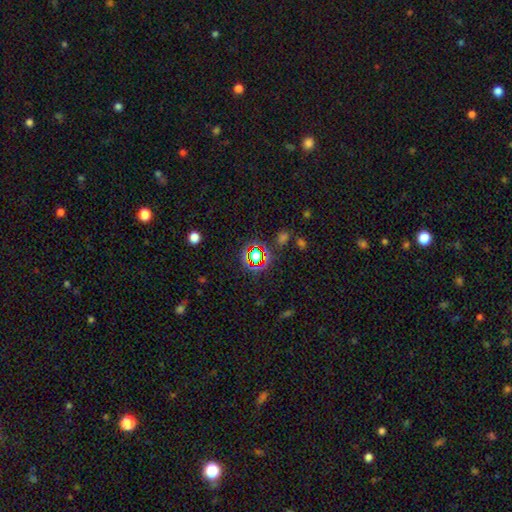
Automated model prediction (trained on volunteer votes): Smooth or featured? Predicted: star or artifact (p=0.67).